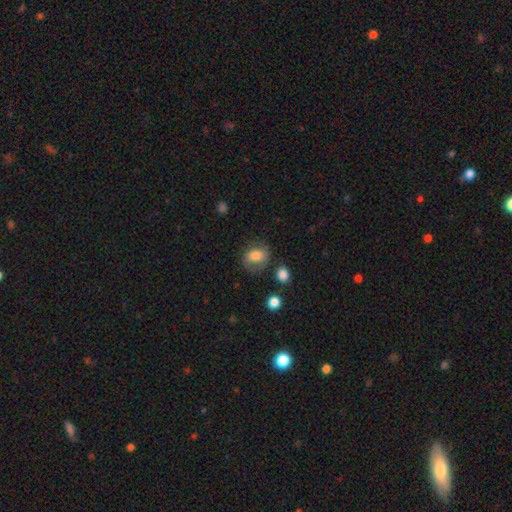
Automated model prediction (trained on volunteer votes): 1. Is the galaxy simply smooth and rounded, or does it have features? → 66% smooth, 25% featured or disk, 9% star or artifact.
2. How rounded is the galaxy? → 50% round, 49% in between, 1% cigar-shaped.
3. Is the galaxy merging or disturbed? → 56% none, 25% minor disturbance, 15% major disturbance, 4% merger.